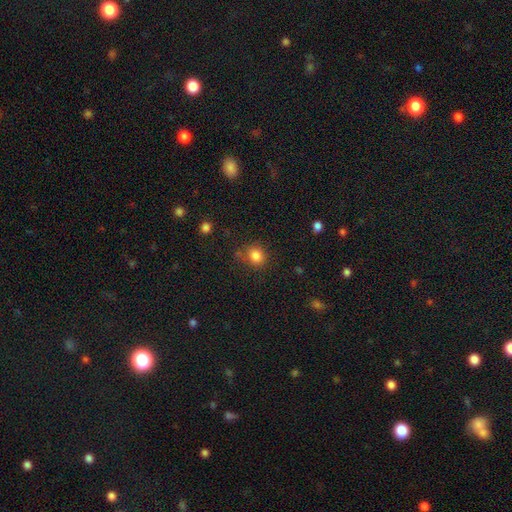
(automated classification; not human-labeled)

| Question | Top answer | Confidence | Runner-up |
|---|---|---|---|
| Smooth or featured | smooth | 84% | star or artifact (12%) |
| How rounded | round | 75% | in between (24%) |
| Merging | none | 76% | minor disturbance (14%) |